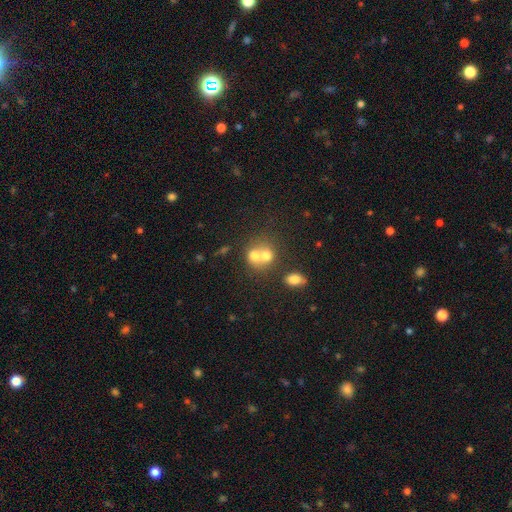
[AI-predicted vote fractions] This appears to be a smooth galaxy with no disk features (67%) that is round (73%). Merging: merger (66%).